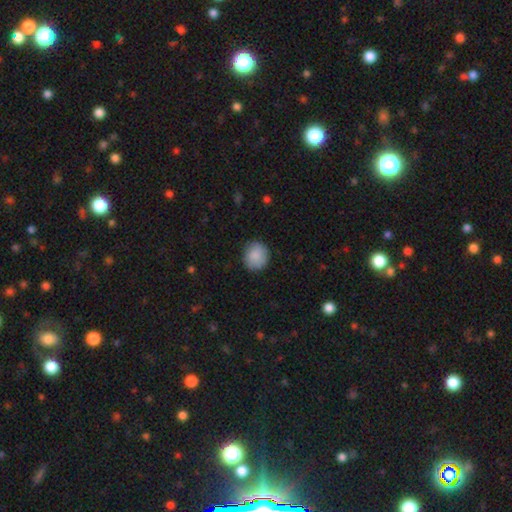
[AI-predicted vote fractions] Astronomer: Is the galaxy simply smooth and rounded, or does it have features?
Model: smooth — 88%.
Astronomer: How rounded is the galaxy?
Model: round — 84%.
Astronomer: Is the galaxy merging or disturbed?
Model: none — 85%.